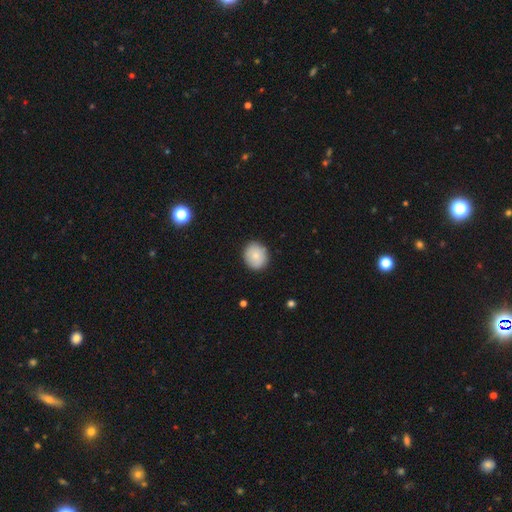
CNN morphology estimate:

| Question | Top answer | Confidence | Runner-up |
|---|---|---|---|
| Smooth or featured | smooth | 80% | featured or disk (12%) |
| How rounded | round | 72% | in between (27%) |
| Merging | none | 88% | minor disturbance (9%) |